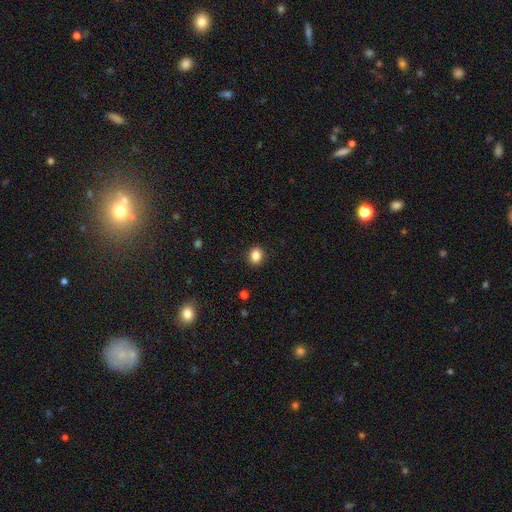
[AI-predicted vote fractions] Smooth or featured? smooth (86%)
How rounded? round (56%)
Merging? none (90%)